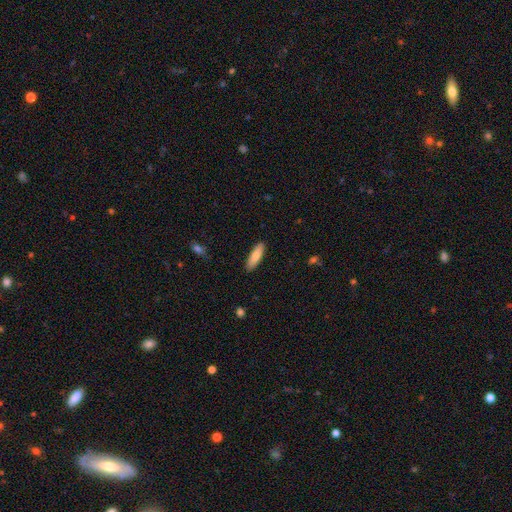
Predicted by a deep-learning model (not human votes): Q: Smooth or featured?
A: smooth (81%); runner-up: featured or disk (14%)
Q: How rounded?
A: cigar-shaped (61%); runner-up: in between (38%)
Q: Merging?
A: none (89%); runner-up: minor disturbance (8%)